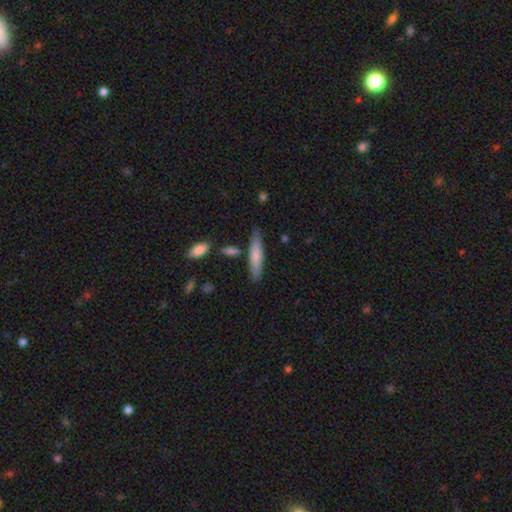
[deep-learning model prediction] The model was most divided on "smooth or featured": smooth: 74%, featured or disk: 20%, star or artifact: 6%. More confident: merging — none (81%); how rounded — cigar-shaped (81%).